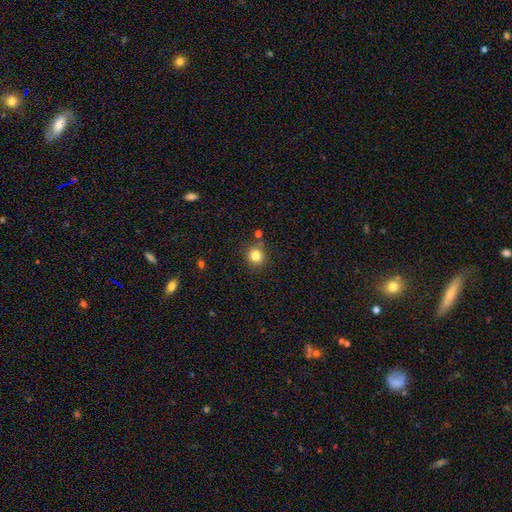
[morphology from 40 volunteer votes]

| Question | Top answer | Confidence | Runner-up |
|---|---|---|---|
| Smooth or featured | smooth | 90% | star or artifact (8%) |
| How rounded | round | 97% | in between (3%) |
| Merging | none | 92% | merger (5%) |